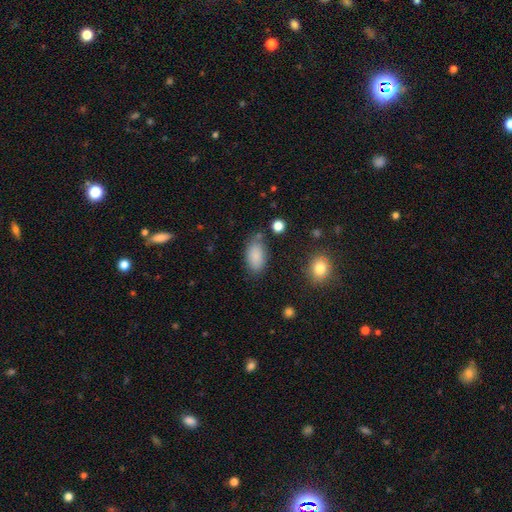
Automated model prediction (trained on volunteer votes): smooth_or_featured: smooth (p=0.86) [alt: star or artifact p=0.08]
how_rounded: in between (p=0.92) [alt: round p=0.05]
merging: none (p=0.73) [alt: minor disturbance p=0.17]